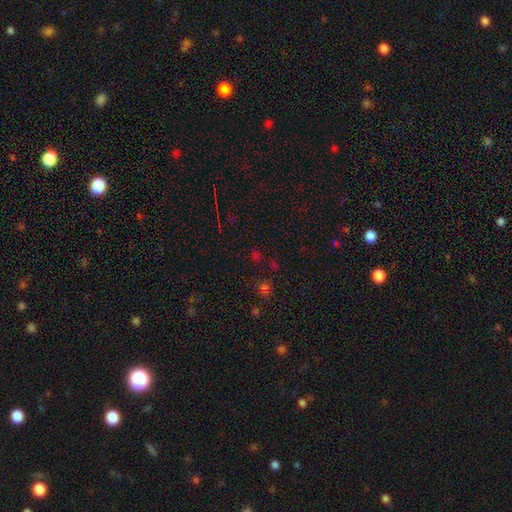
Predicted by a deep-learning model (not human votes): smooth_or_featured: star or artifact (p=0.57) [alt: smooth p=0.36]